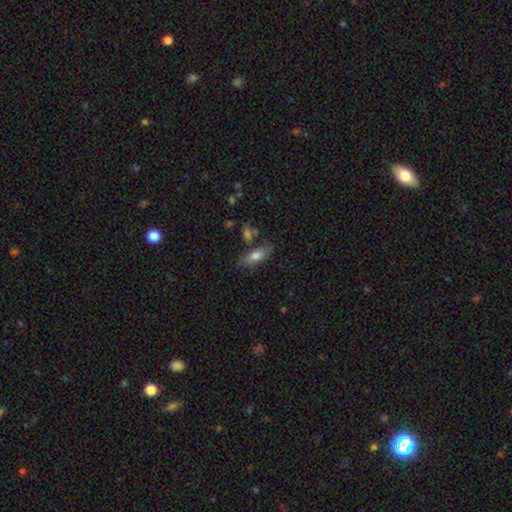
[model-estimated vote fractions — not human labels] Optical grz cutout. It shows a smooth galaxy with no disk features (74%) that is in between round and cigar-shaped (72%). Merging: none (69%).